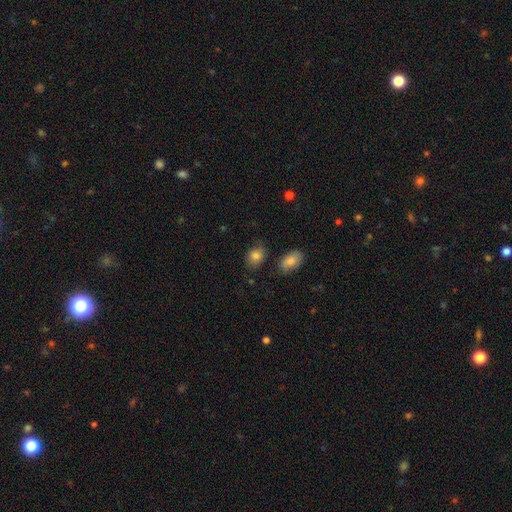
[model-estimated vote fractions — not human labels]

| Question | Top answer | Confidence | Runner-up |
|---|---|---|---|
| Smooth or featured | smooth | 82% | star or artifact (10%) |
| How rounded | in between | 61% | round (38%) |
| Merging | none | 69% | minor disturbance (21%) |